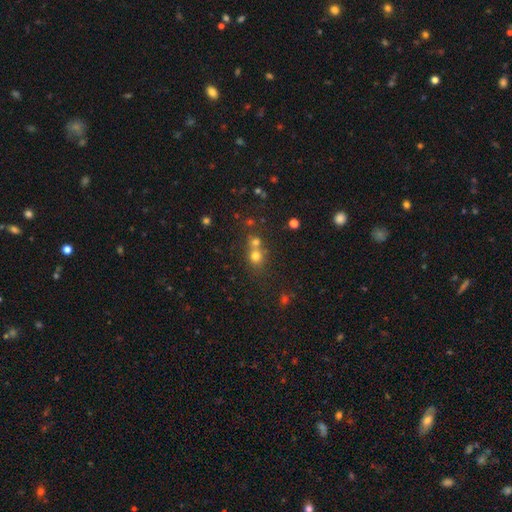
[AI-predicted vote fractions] This appears to be a smooth galaxy with no disk features (69%) that is round (81%). Merging: merger (45%).